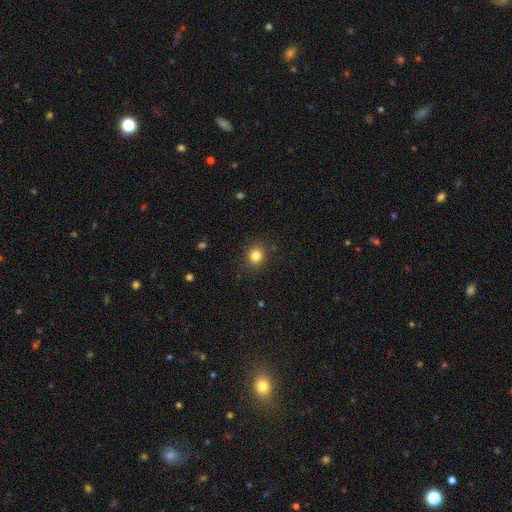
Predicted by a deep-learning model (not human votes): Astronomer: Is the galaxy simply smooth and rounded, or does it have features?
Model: smooth — 83%.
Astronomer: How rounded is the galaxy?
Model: round — 79%.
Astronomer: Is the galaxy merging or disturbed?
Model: none — 89%.